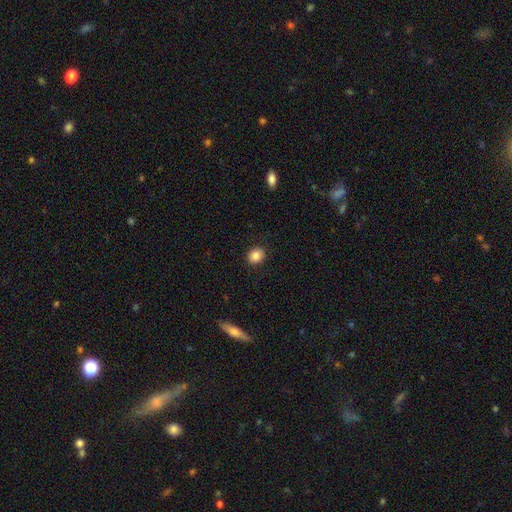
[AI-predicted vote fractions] This appears to be a smooth galaxy with no disk features (85%) that is round (74%). Merging: none (90%).